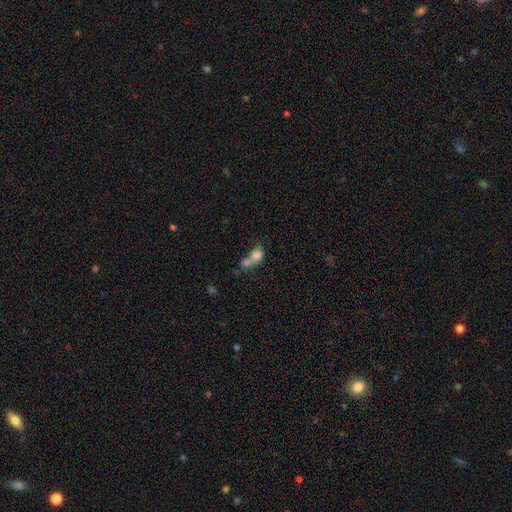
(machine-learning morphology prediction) The model was most divided on "how rounded": in between: 54%, round: 43%, cigar-shaped: 3%. More confident: smooth or featured — smooth (74%); merging — merger (69%).